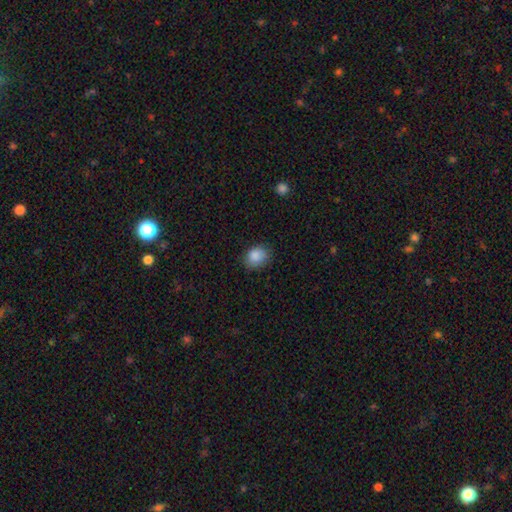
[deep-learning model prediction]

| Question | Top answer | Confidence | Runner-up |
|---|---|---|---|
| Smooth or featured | smooth | 87% | star or artifact (9%) |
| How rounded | in between | 51% | round (48%) |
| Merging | none | 78% | minor disturbance (18%) |